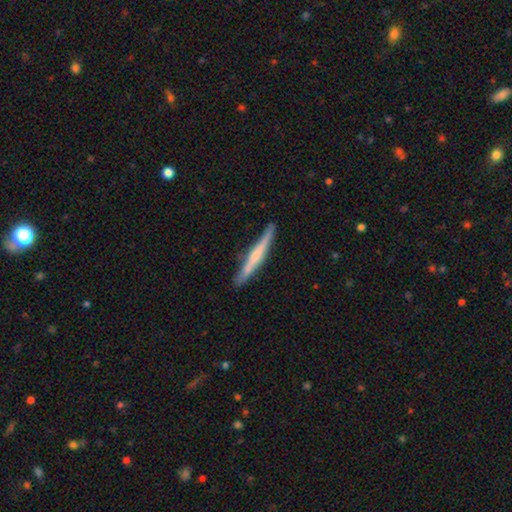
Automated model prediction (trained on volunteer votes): smooth_or_featured: featured or disk (p=0.53) [alt: smooth p=0.41]
disk_edge_on: yes (p=0.96) [alt: no p=0.04]
edge_on_bulge: none (p=0.46) [alt: rounded p=0.31]
merging: none (p=0.82) [alt: minor disturbance p=0.13]